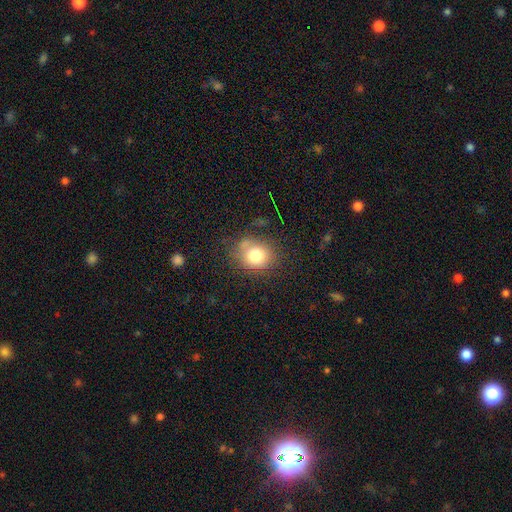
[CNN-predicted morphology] type=smooth (77%); roundness=round (62%); merging=none (66%).